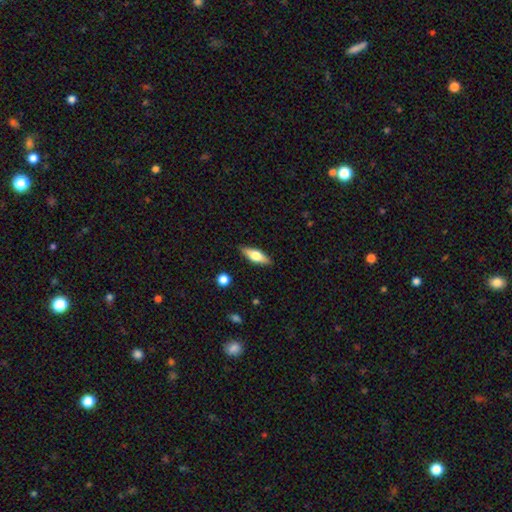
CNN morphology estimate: This appears to be a smooth galaxy with no disk features (53%) that is in between round and cigar-shaped (63%). Merging: none (87%).